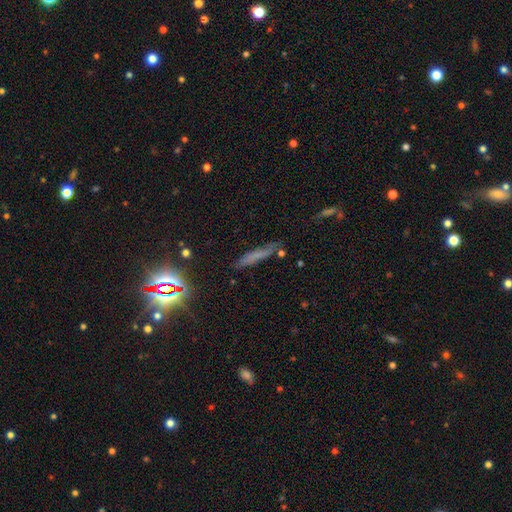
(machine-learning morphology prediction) This appears to be a smooth galaxy with no disk features (52%) that is cigar-shaped (87%). Merging: none (73%).